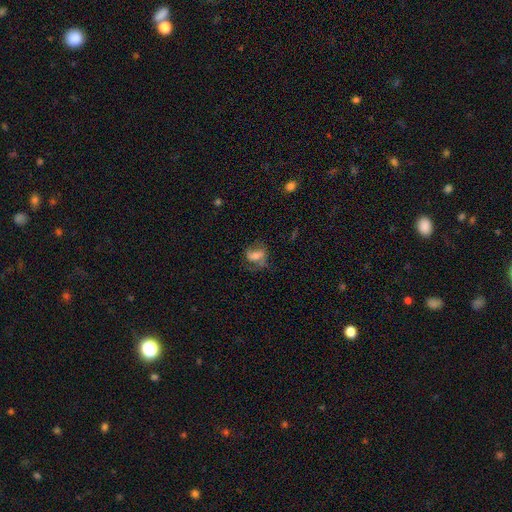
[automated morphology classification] Smooth or featured? Predicted: smooth (p=0.45). Merging? Predicted: none (p=0.53).